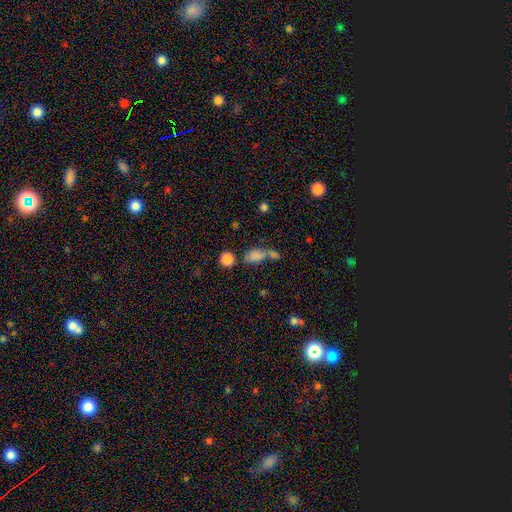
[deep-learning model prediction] This is likely a smooth galaxy (75%). How rounded: likely in between (72%). Merging: marginally merger (43%).